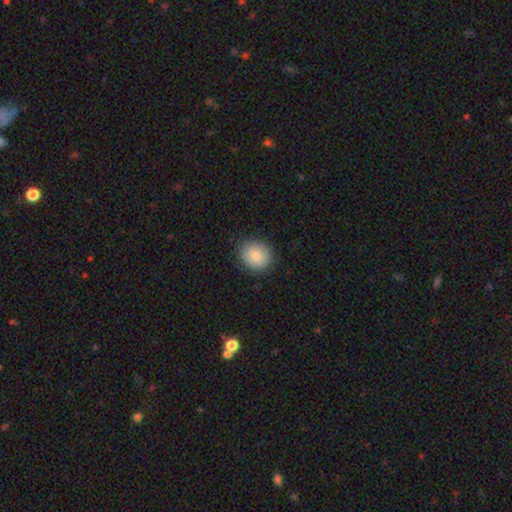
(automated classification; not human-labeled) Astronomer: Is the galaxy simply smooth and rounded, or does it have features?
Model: smooth — 80%.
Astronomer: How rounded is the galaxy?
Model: round — 72%.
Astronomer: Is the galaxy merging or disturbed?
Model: none — 88%.